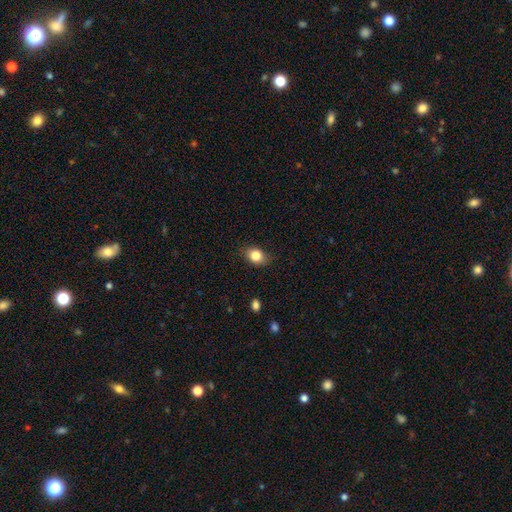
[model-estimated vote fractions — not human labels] This is clearly a smooth galaxy (83%). How rounded: likely in between (61%). Merging: likely none (79%).